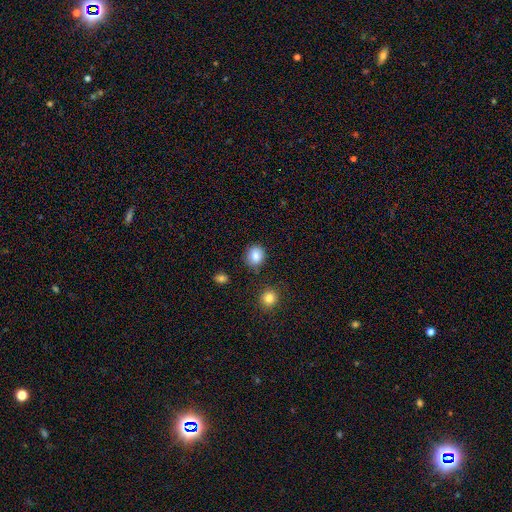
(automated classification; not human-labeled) smooth 85%, star or artifact 10%, featured or disk 5%. Down the decision tree: how rounded — round (78%); merging — none (81%).